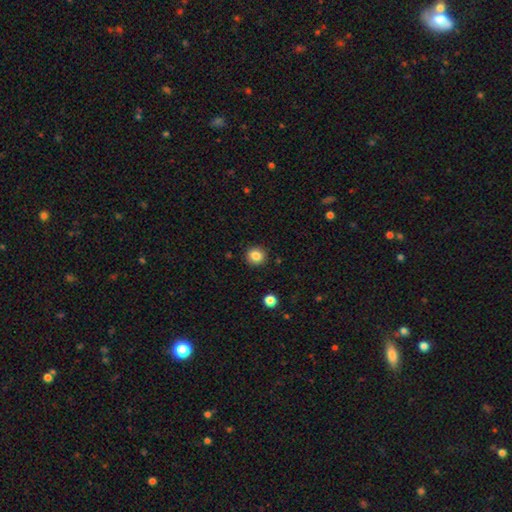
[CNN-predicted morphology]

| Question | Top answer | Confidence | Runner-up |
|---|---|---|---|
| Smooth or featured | smooth | 84% | star or artifact (11%) |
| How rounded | round | 90% | in between (9%) |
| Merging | none | 91% | minor disturbance (6%) |